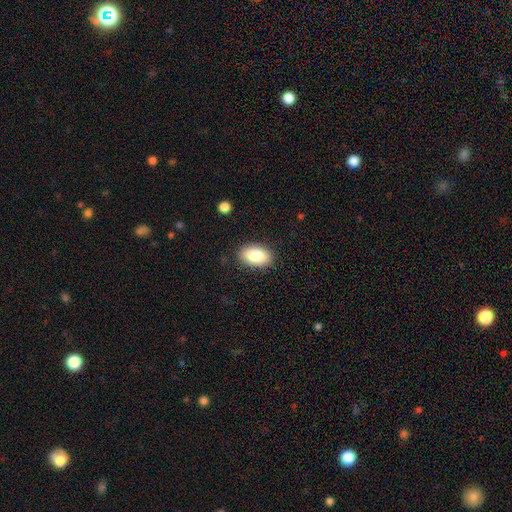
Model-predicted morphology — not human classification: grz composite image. It shows a smooth galaxy with no disk features (85%) that is in between round and cigar-shaped (93%). Merging: none (87%).